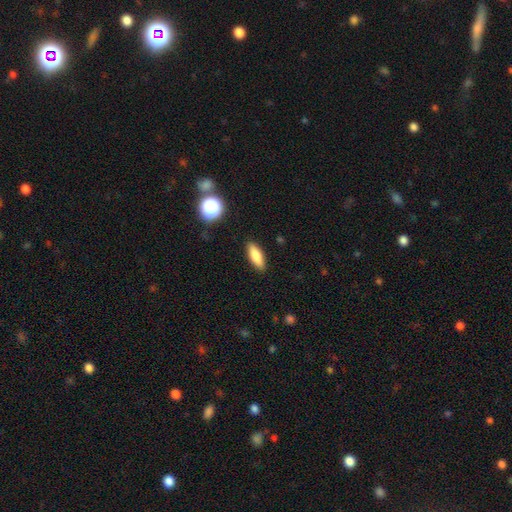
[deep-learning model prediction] This is likely a smooth galaxy (79%). How rounded: likely in between (62%). Merging: clearly none (89%).